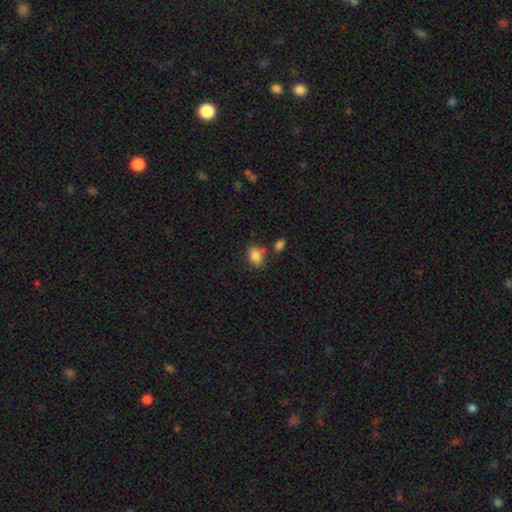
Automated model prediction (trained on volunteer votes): Overall: smooth (85%). How rounded: in between (70%). Merging: none (65%).